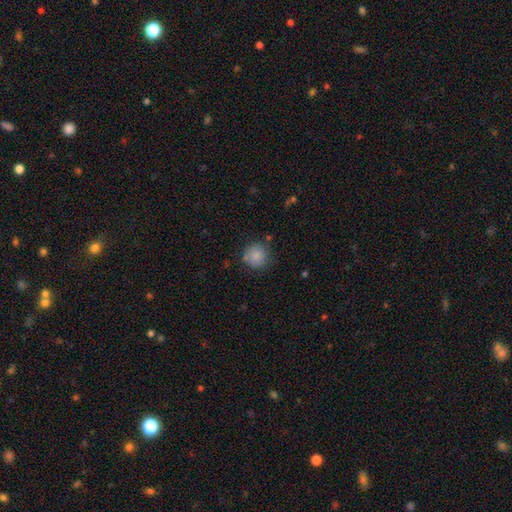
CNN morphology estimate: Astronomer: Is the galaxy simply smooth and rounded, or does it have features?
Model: smooth — 85%.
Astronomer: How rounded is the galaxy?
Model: round — 92%.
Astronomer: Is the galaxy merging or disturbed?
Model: none — 77%.